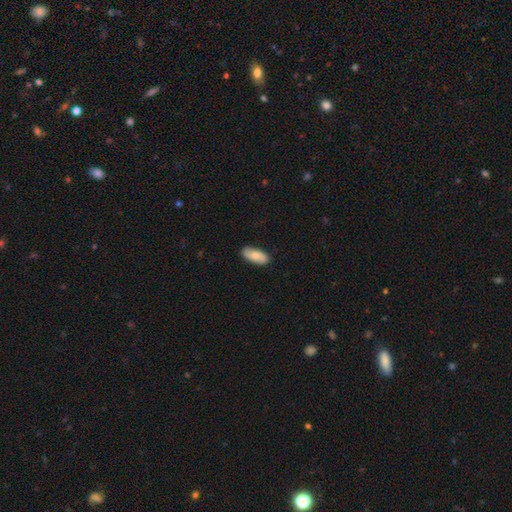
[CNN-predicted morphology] A smooth galaxy with no disk features (70%) that is in between round and cigar-shaped (87%). Merging: none (85%).